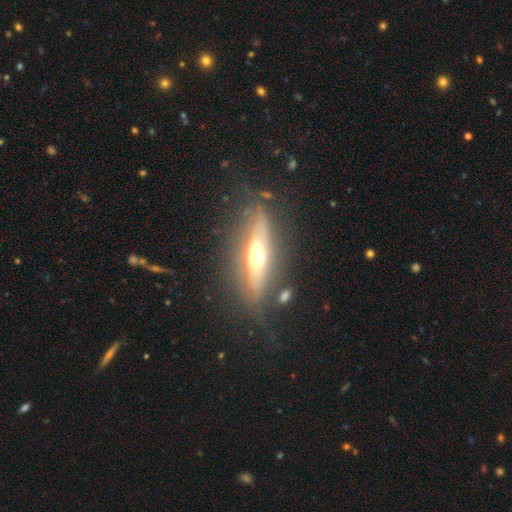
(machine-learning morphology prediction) Smooth or featured? featured or disk (68%)
Edge-on disk? yes (77%)
Edge-on bulge? rounded (90%)
Merging? none (72%)